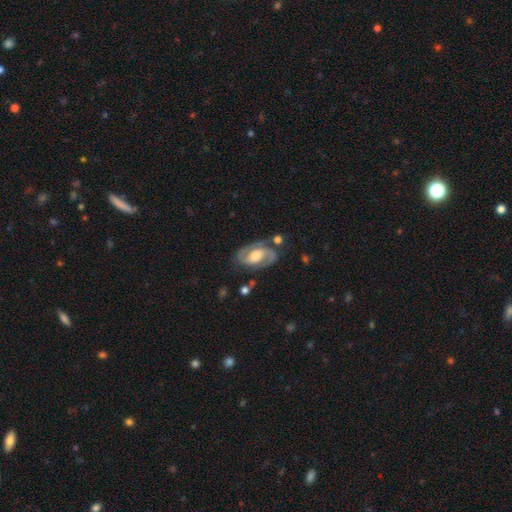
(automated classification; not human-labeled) This appears to be a featured or disk galaxy (88%) with a weak bar (43%), 2 (92%) medium (52%) spiral arms (96%) and a moderate central bulge (63%). Merging: none (75%).